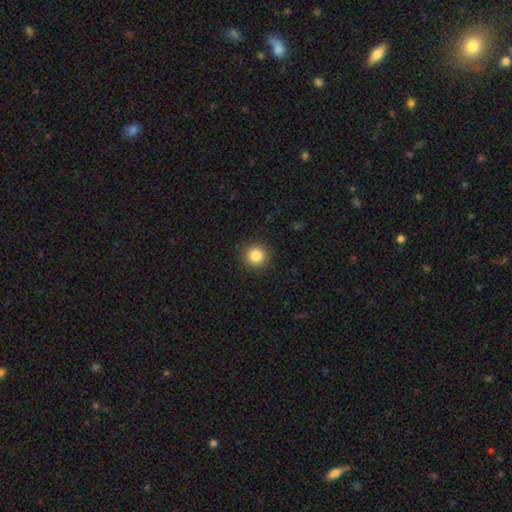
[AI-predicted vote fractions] smooth_or_featured: smooth (p=0.86) [alt: star or artifact p=0.10]
how_rounded: round (p=0.95) [alt: in between p=0.04]
merging: none (p=0.91) [alt: minor disturbance p=0.06]